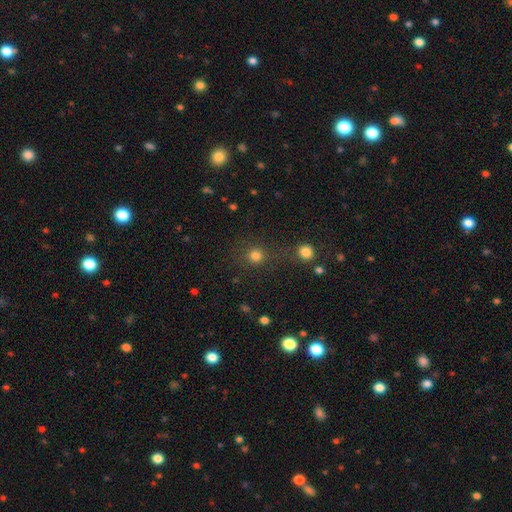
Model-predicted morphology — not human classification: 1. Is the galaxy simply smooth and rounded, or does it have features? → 78% smooth, 16% star or artifact, 5% featured or disk.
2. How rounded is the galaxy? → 91% round, 8% in between, 1% cigar-shaped.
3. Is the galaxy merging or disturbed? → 74% none, 12% merger, 9% minor disturbance, 6% major disturbance.